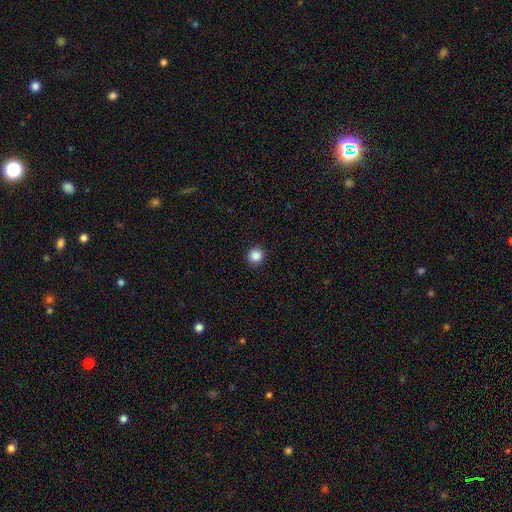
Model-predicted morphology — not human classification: Smooth or featured? Predicted: smooth (p=0.86). How rounded? Predicted: round (p=0.93). Merging? Predicted: none (p=0.93).